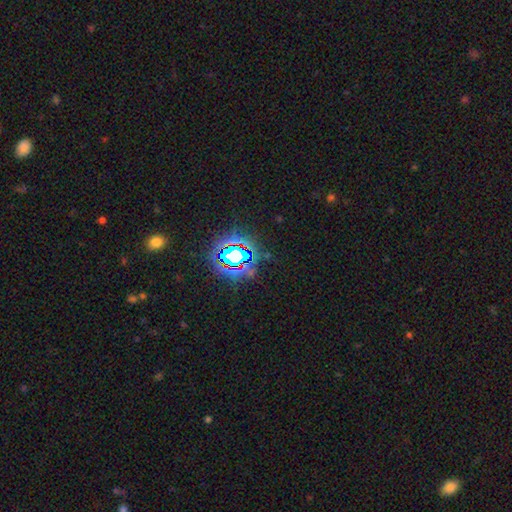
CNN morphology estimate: Overall: star or artifact (80%).